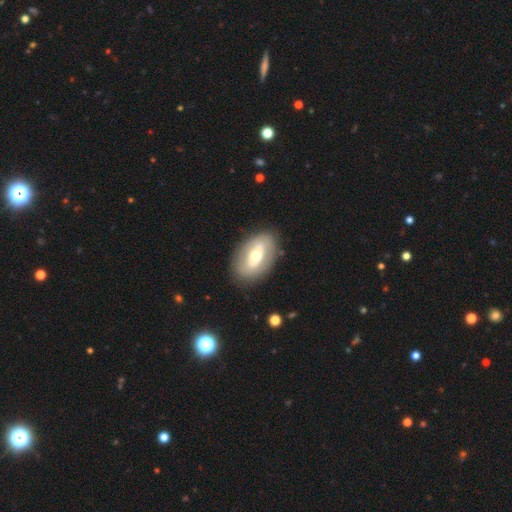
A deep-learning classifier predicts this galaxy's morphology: smooth_or_featured: featured or disk (p=0.55) [alt: smooth p=0.40]
disk_edge_on: no (p=0.90) [alt: yes p=0.10]
merging: none (p=0.81) [alt: minor disturbance p=0.12]